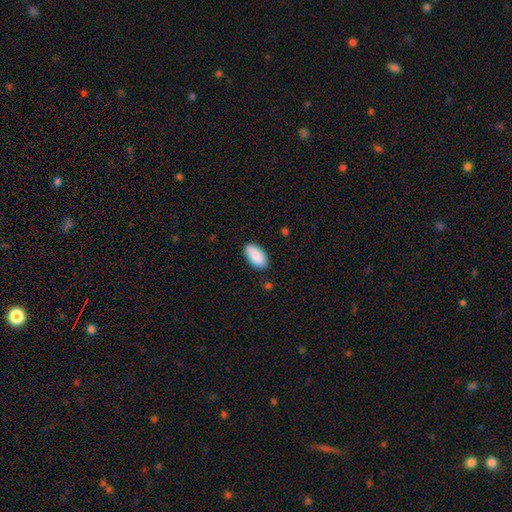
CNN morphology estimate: smooth_or_featured: smooth (p=0.88) [alt: star or artifact p=0.06]
how_rounded: in between (p=0.95) [alt: cigar-shaped p=0.03]
merging: none (p=0.85) [alt: minor disturbance p=0.11]